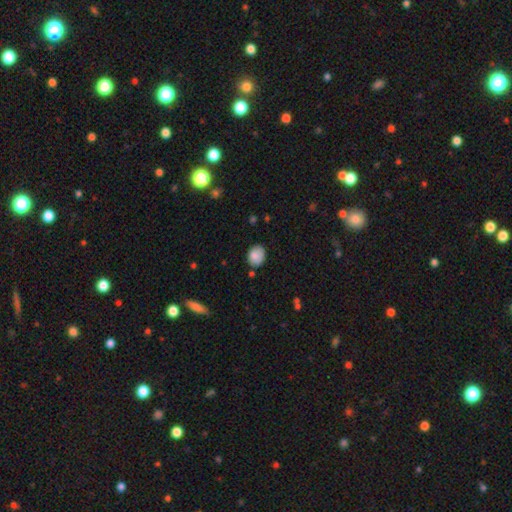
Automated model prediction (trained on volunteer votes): smooth-or-featured: smooth: 83% | featured or disk: 9% | star or artifact: 8%
  how-rounded: in between: 53% | round: 46% | cigar-shaped: 1%
  merging: none: 69% | minor disturbance: 23% | major disturbance: 4% | merger: 3%